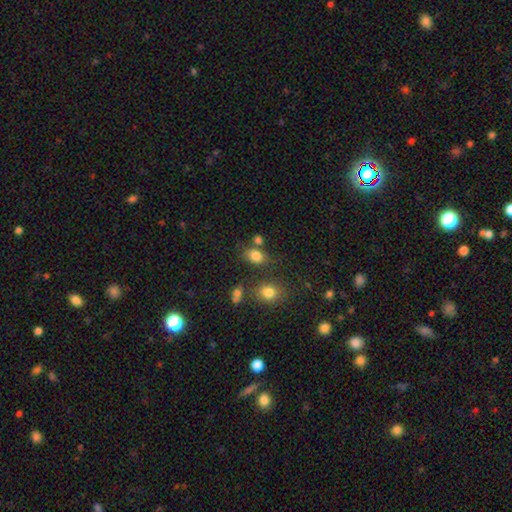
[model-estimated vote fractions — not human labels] Q: Smooth or featured?
A: smooth (81%); runner-up: star or artifact (12%)
Q: How rounded?
A: in between (68%); runner-up: round (30%)
Q: Merging?
A: none (64%); runner-up: merger (16%)